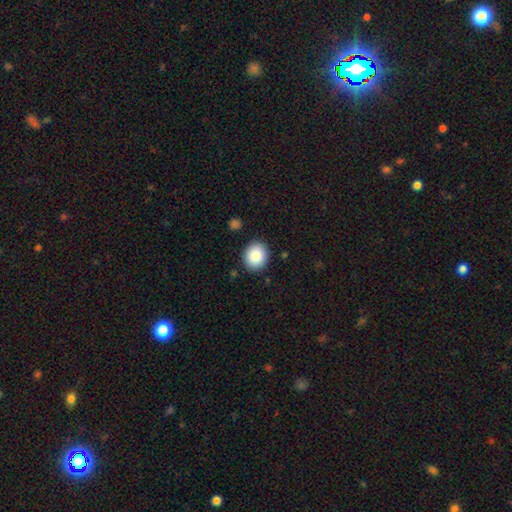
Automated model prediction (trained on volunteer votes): Smooth or featured?
  - smooth: 86% *
  - star or artifact: 8%
  - featured or disk: 6%
How rounded?
  - round: 67% *
  - in between: 32%
  - cigar-shaped: 1%
Merging?
  - none: 88% *
  - minor disturbance: 8%
  - major disturbance: 2%
  - merger: 2%